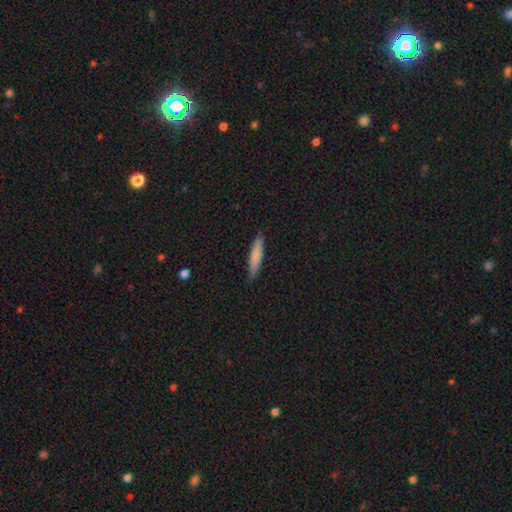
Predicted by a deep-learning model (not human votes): Morphology: type=smooth (76%); roundness=cigar-shaped (88%); merging=none (88%).